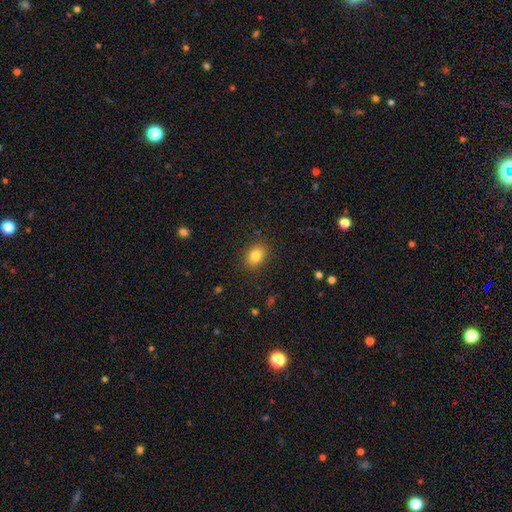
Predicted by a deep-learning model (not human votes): This appears to be a smooth galaxy with no disk features (83%) that is in between round and cigar-shaped (68%). Merging: none (88%).